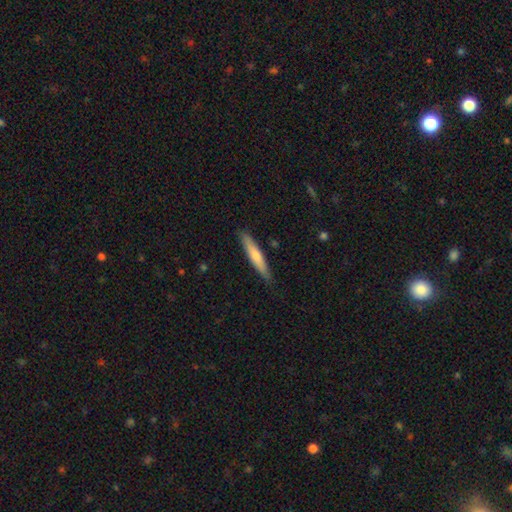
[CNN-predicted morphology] This is likely a smooth galaxy (67%). How rounded: clearly cigar-shaped (91%). Merging: clearly none (87%).